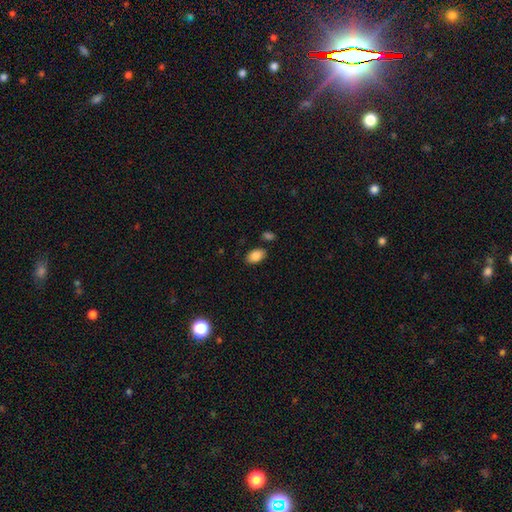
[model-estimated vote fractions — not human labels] Q: Smooth or featured?
A: smooth (86%); runner-up: star or artifact (8%)
Q: How rounded?
A: in between (90%); runner-up: round (9%)
Q: Merging?
A: none (81%); runner-up: minor disturbance (11%)